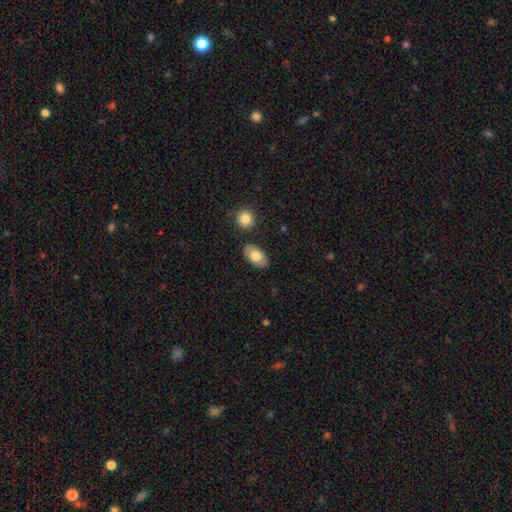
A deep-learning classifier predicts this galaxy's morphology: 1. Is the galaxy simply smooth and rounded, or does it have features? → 75% smooth, 19% featured or disk, 6% star or artifact.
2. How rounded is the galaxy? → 92% in between, 6% round, 2% cigar-shaped.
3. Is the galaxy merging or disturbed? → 83% none, 10% minor disturbance, 4% merger, 2% major disturbance.